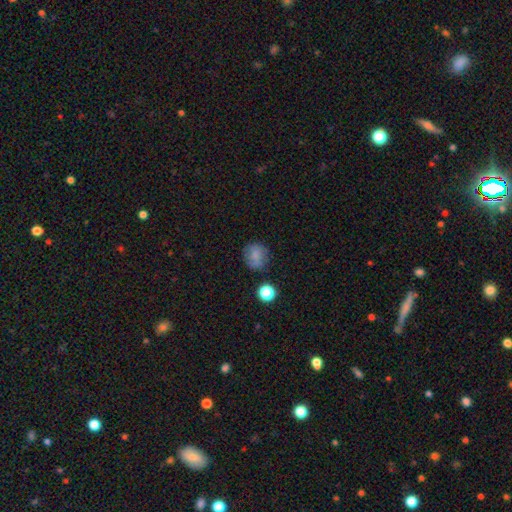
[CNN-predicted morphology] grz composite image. It shows a smooth galaxy with no disk features (78%) that is round (79%). Merging: none (73%).